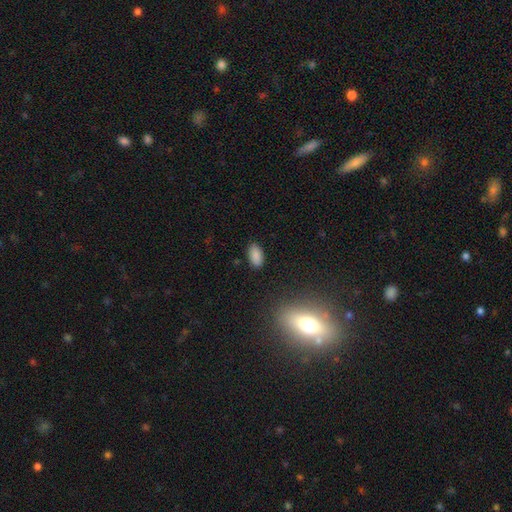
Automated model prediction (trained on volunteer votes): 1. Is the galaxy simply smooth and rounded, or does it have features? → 87% smooth, 9% star or artifact, 4% featured or disk.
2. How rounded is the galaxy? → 94% in between, 4% round, 2% cigar-shaped.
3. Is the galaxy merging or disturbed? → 85% none, 11% minor disturbance, 2% major disturbance, 1% merger.